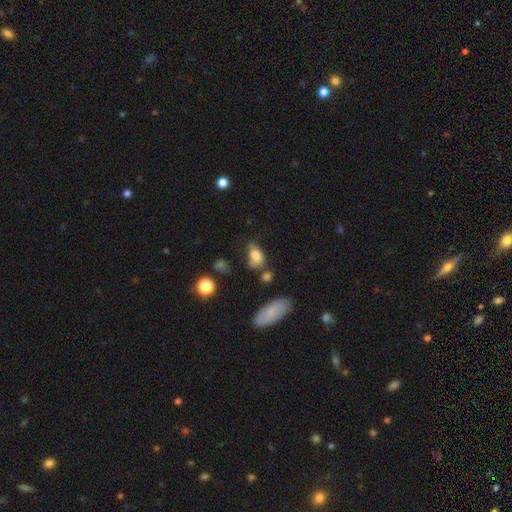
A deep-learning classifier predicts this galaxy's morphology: Smooth or featured: smooth — 75% (featured or disk — 14%)
How rounded: in between — 82% (round — 15%)
Merging: none — 34% (minor disturbance — 31%)